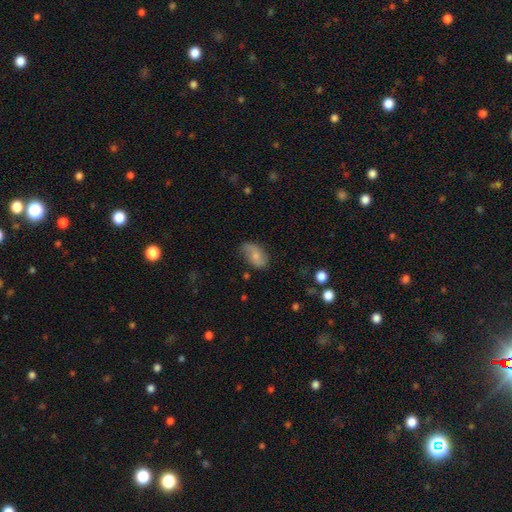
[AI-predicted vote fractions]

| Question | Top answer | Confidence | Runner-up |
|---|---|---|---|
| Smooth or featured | smooth | 57% | featured or disk (35%) |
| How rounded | in between | 91% | round (7%) |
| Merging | none | 61% | minor disturbance (28%) |